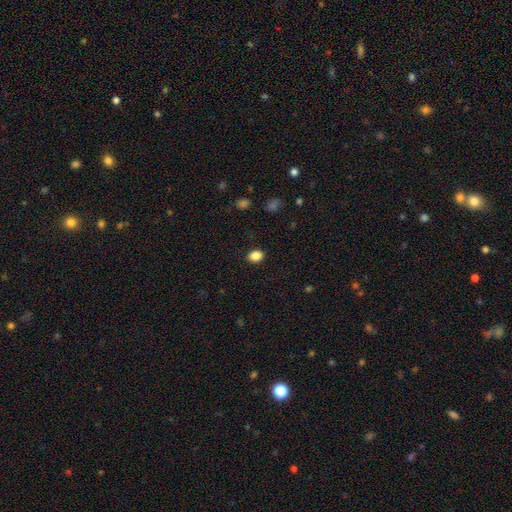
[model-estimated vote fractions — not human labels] Smooth or featured? Predicted: smooth (p=0.86). How rounded? Predicted: in between (p=0.61). Merging? Predicted: none (p=0.89).